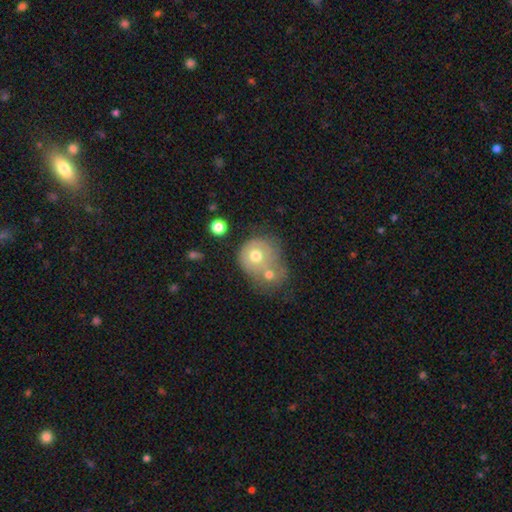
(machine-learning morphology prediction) smooth_or_featured: smooth (p=0.64) [alt: featured or disk p=0.27]
how_rounded: round (p=0.79) [alt: in between p=0.21]
merging: merger (p=0.57) [alt: none p=0.24]